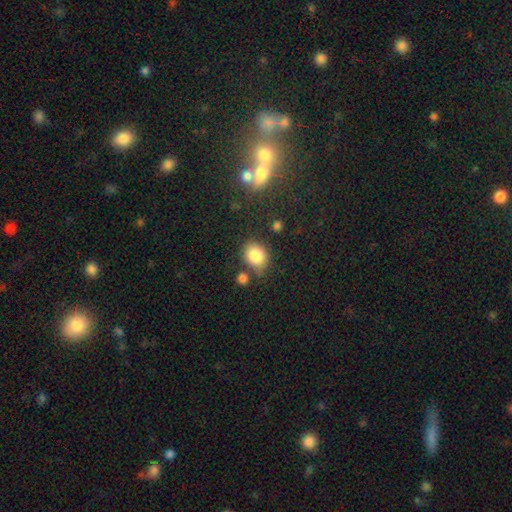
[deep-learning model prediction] Morphology: type=smooth (83%); roundness=round (56%); merging=none (68%).